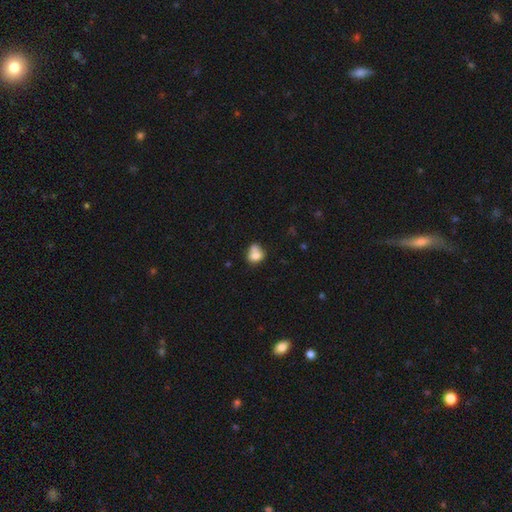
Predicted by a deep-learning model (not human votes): Smooth or featured? smooth (73%)
How rounded? round (53%)
Merging? none (36%)